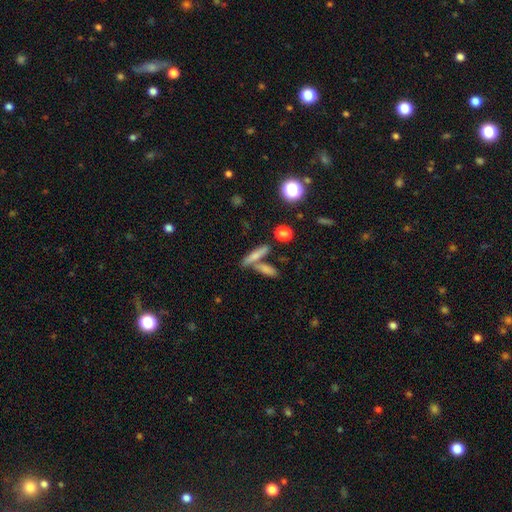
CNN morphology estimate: smooth_or_featured: smooth (p=0.66) [alt: featured or disk p=0.24]
how_rounded: cigar-shaped (p=0.75) [alt: in between p=0.21]
merging: none (p=0.58) [alt: merger p=0.28]